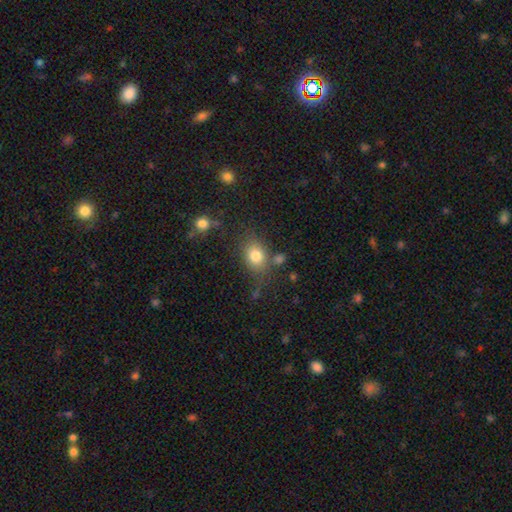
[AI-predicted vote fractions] This is likely a smooth galaxy (79%). How rounded: possibly in between (59%). Merging: likely none (70%).